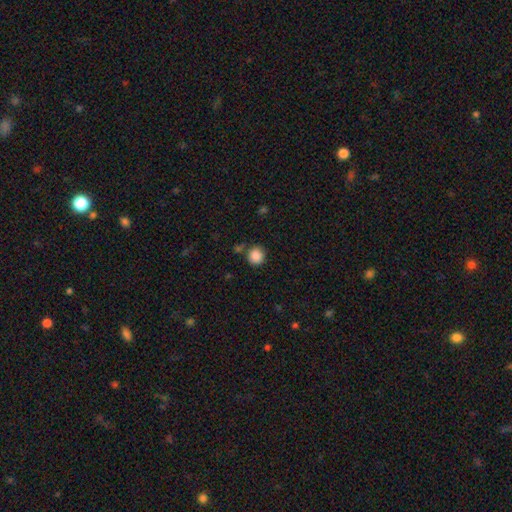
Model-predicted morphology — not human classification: Smooth or featured? smooth (87%)
How rounded? round (91%)
Merging? none (81%)